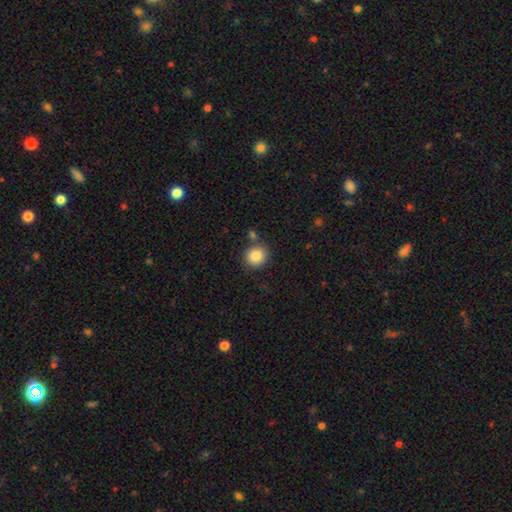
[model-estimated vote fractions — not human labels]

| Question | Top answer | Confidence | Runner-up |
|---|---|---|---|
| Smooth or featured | smooth | 86% | star or artifact (9%) |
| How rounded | round | 84% | in between (15%) |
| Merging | none | 78% | minor disturbance (10%) |